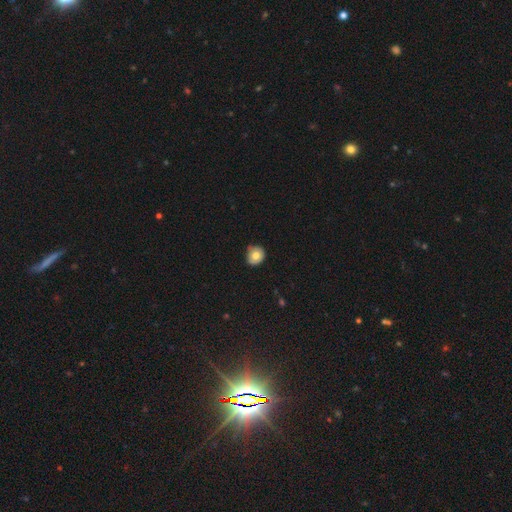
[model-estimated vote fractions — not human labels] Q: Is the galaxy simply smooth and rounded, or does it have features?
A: smooth — 72%.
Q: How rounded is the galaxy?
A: round — 83%.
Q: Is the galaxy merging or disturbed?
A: none — 73%.